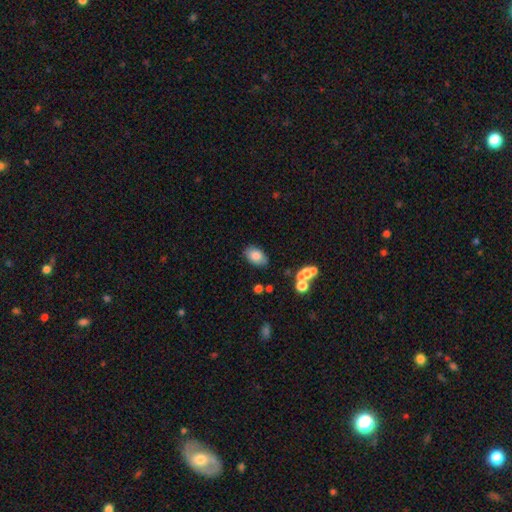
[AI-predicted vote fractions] smooth 81%, featured or disk 10%, star or artifact 9%. Down the decision tree: how rounded — in between (89%); merging — none (81%).